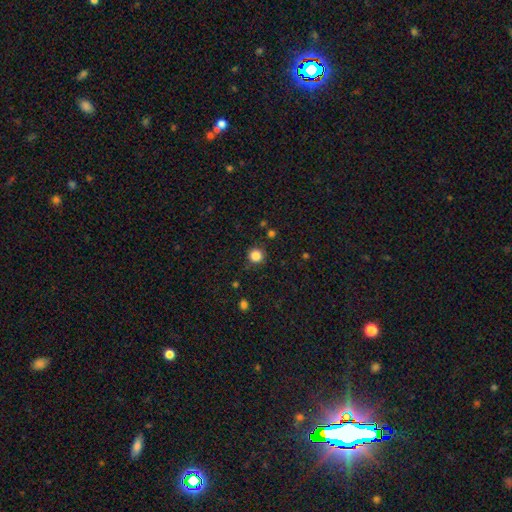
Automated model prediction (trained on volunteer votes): Smooth or featured? Predicted: smooth (p=0.84). How rounded? Predicted: round (p=0.94). Merging? Predicted: none (p=0.88).